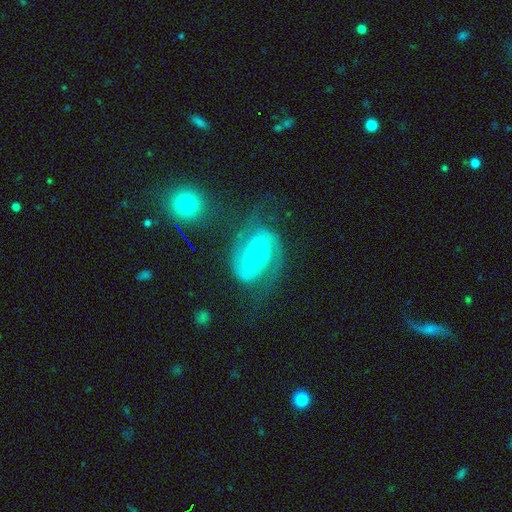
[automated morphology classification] Overall: featured or disk (86%). Edge-on disk: no (97%). Bar: no (49%; weak 32%). Spiral arms: yes (96%). Spiral arm count: 2 (87%). Spiral winding: medium (45%; tight 41%). Bulge size: small (77%). Merging: none (65%).